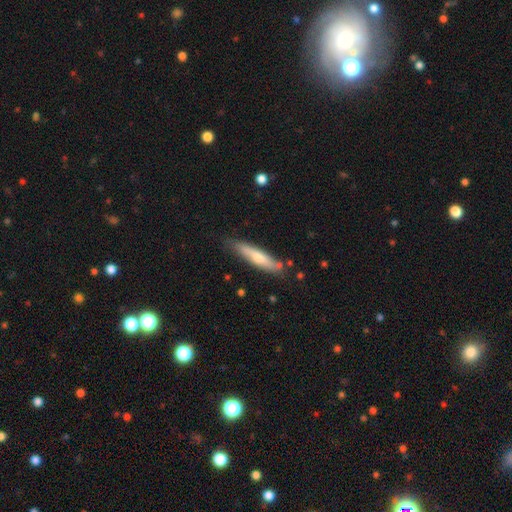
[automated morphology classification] A smooth galaxy with no disk features (60%) that is cigar-shaped (85%).

Vote fractions:
- Smooth or featured? smooth: 60% / featured or disk: 35% / star or artifact: 6%
- How rounded? cigar-shaped: 85% / in between: 14% / round: 1%
- Merging? none: 79% / minor disturbance: 15% / merger: 3% / major disturbance: 3%